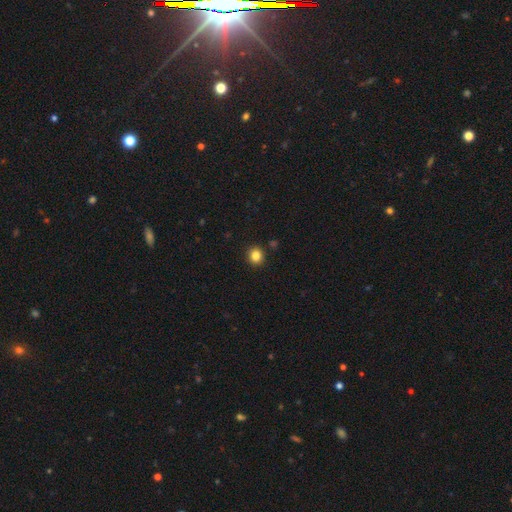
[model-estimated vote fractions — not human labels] Smooth or featured? Predicted: smooth (p=0.84). How rounded? Predicted: round (p=0.88). Merging? Predicted: none (p=0.91).